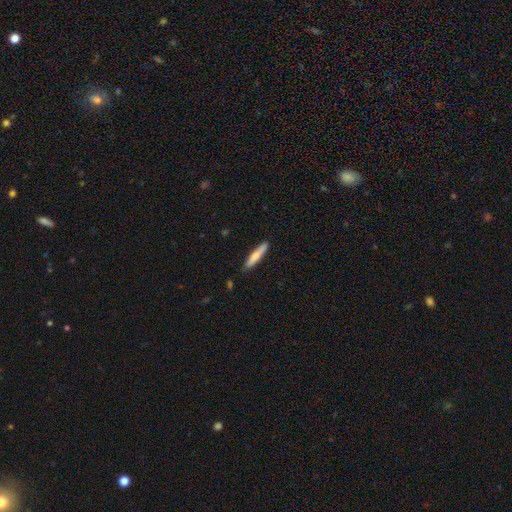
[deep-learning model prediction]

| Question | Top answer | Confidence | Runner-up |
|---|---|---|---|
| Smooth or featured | smooth | 71% | featured or disk (23%) |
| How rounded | cigar-shaped | 89% | in between (9%) |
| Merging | none | 86% | minor disturbance (11%) |